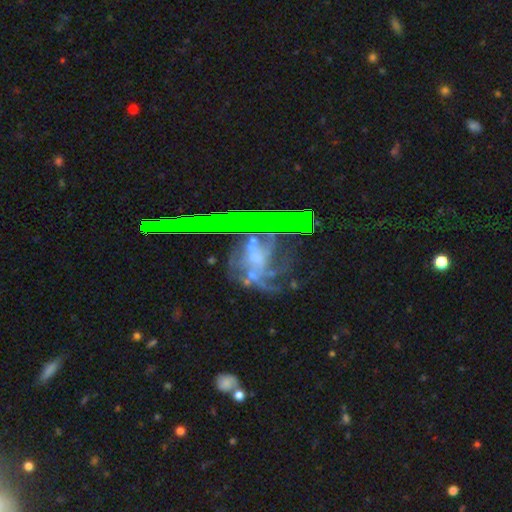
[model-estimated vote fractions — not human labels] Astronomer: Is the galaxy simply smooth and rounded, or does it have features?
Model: featured or disk — 64%.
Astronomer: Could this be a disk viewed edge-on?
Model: no — 88%.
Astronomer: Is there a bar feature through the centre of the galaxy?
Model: no — 56%.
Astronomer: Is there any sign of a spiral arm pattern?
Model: yes — 72%.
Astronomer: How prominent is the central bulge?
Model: small — 37% (runner-up: moderate, 32%).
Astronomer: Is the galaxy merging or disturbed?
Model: none — 49% (runner-up: major disturbance, 24%).